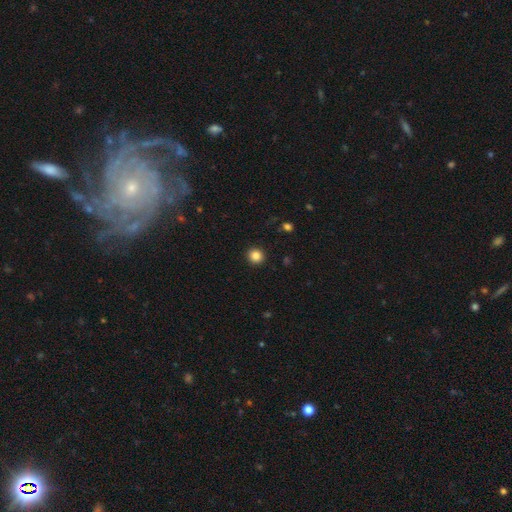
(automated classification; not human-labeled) Smooth or featured? Predicted: smooth (p=0.85). How rounded? Predicted: round (p=0.92). Merging? Predicted: none (p=0.93).